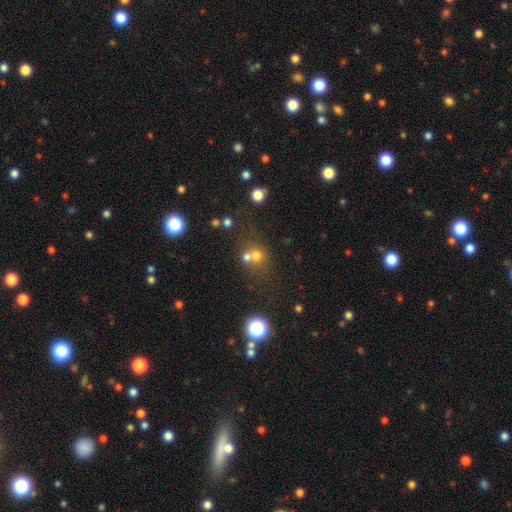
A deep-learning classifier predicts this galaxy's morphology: The model was most divided on "merging": merger: 48%, none: 41%, minor disturbance: 7%, major disturbance: 4%. More confident: how rounded — round (82%); smooth or featured — smooth (65%).